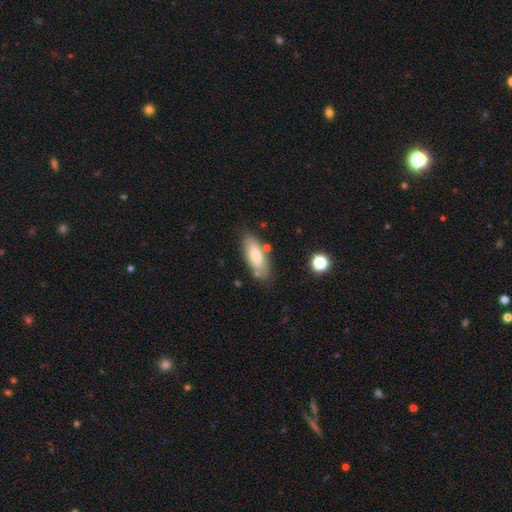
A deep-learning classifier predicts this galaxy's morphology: Smooth or featured?
  - smooth: 72% *
  - featured or disk: 22%
  - star or artifact: 7%
How rounded?
  - in between: 75% *
  - cigar-shaped: 22%
  - round: 2%
Merging?
  - none: 72% *
  - minor disturbance: 17%
  - merger: 7%
  - major disturbance: 4%